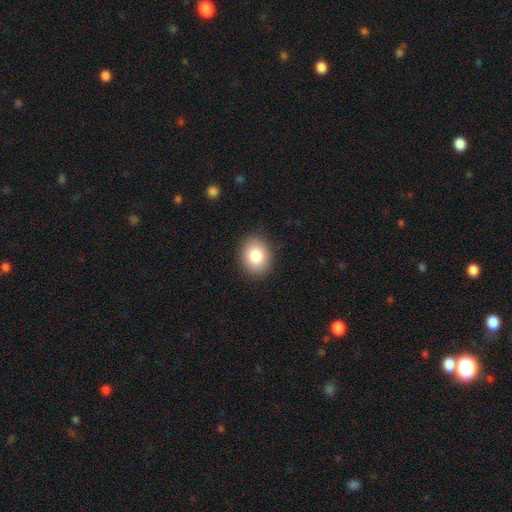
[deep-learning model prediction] Smooth or featured?
  - smooth: 84% *
  - star or artifact: 8%
  - featured or disk: 8%
How rounded?
  - in between: 55% *
  - round: 44%
  - cigar-shaped: 1%
Merging?
  - none: 89% *
  - minor disturbance: 8%
  - major disturbance: 2%
  - merger: 1%